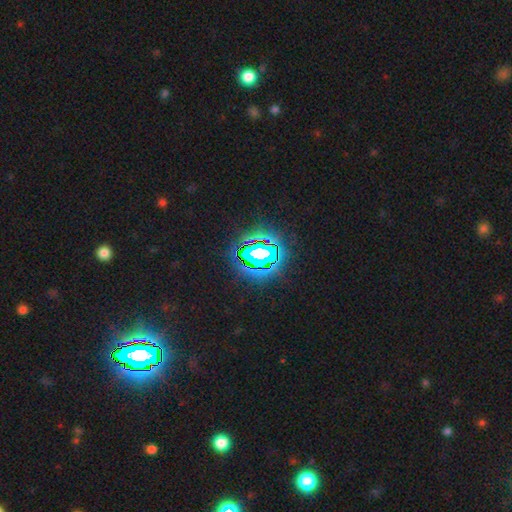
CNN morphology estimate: Q: Smooth or featured?
A: star or artifact (74%); runner-up: smooth (13%)